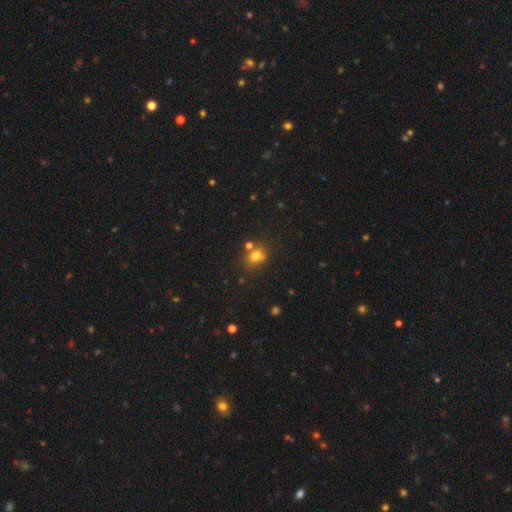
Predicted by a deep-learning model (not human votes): Smooth or featured: smooth — 74% (star or artifact — 16%)
How rounded: round — 51% (in between — 48%)
Merging: none — 60% (merger — 21%)